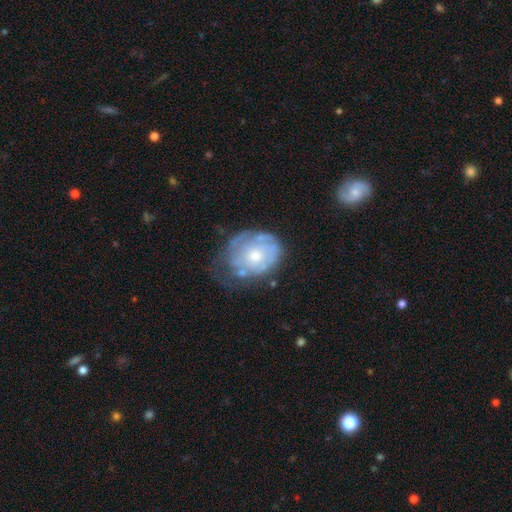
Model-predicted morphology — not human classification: The model was most divided on "bulge size": small: 49%, moderate: 46%, large: 3%, none: 2%, dominant: 1%. Remaining: edge-on disk — no (97%); bar — no (84%); smooth or featured — featured or disk (68%); spiral arms — yes (67%); merging — none (46%).